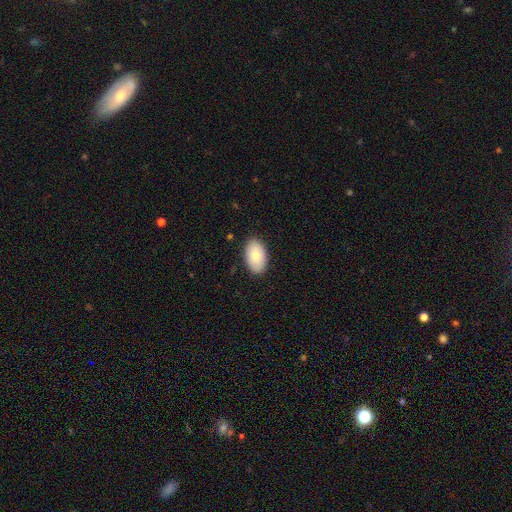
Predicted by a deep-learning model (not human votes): Q: Smooth or featured?
A: smooth (79%); runner-up: featured or disk (15%)
Q: How rounded?
A: in between (94%); runner-up: round (4%)
Q: Merging?
A: none (88%); runner-up: minor disturbance (9%)